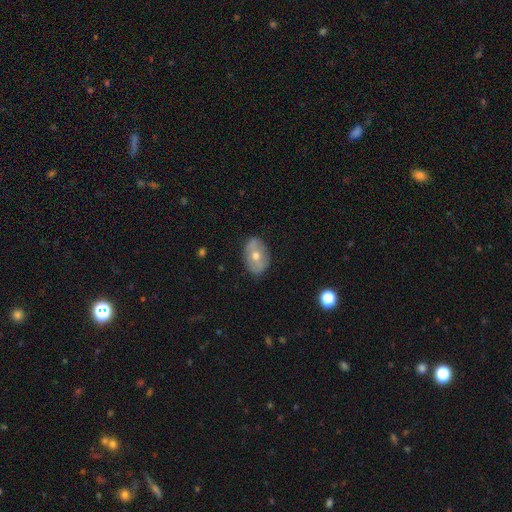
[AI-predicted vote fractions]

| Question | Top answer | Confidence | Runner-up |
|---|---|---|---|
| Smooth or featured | featured or disk | 48% | smooth (44%) |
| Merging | none | 81% | minor disturbance (15%) |